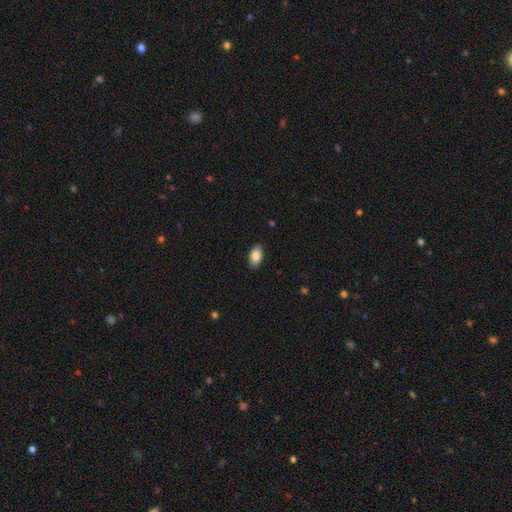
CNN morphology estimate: smooth_or_featured: smooth (p=0.84) [alt: featured or disk p=0.09]
how_rounded: in between (p=0.93) [alt: round p=0.05]
merging: none (p=0.89) [alt: minor disturbance p=0.09]